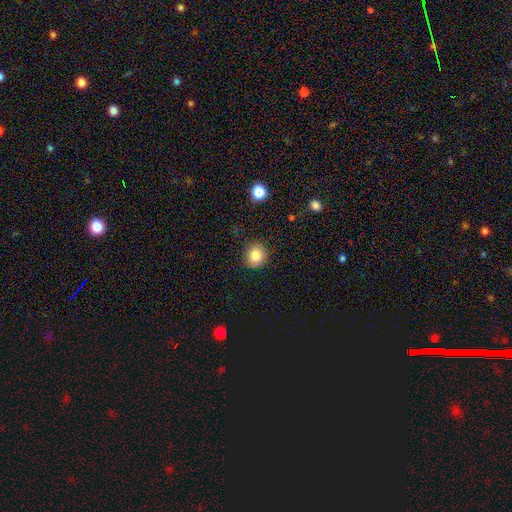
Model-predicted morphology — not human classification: Smooth or featured? smooth (81%)
How rounded? round (81%)
Merging? none (89%)